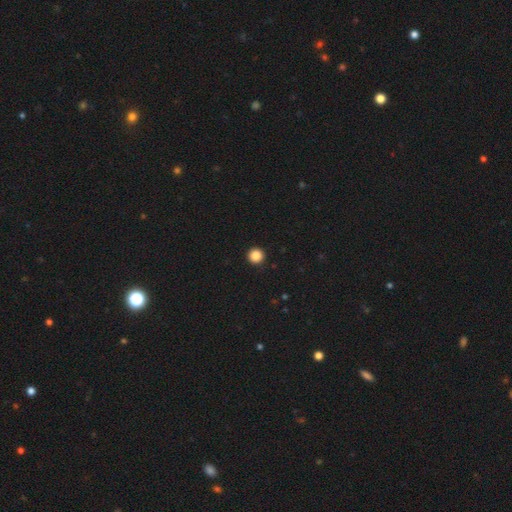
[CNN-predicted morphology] The model was most divided on "smooth or featured": smooth: 86%, star or artifact: 10%, featured or disk: 3%. More confident: how rounded — round (96%); merging — none (94%).